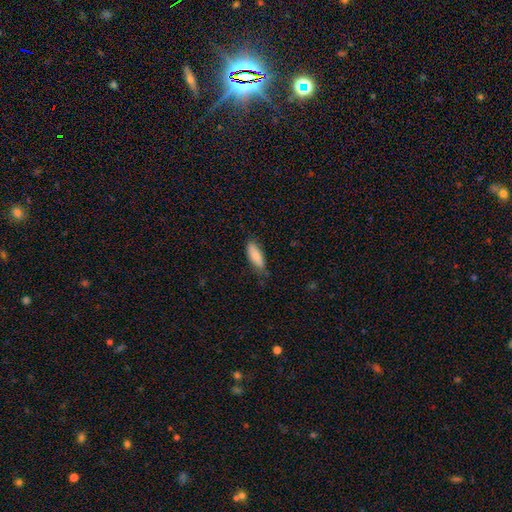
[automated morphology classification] Smooth or featured? smooth (83%)
How rounded? in between (68%)
Merging? none (71%)